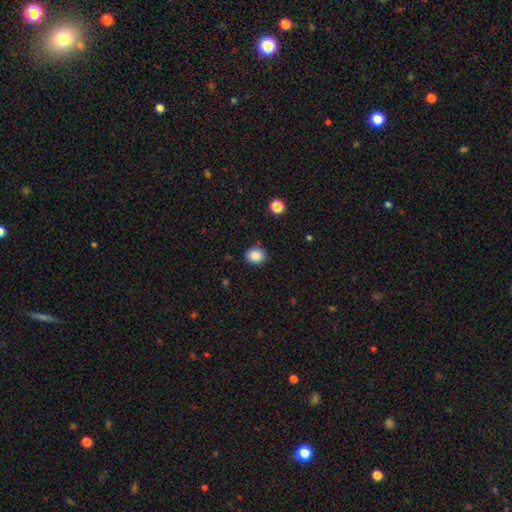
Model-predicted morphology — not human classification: This appears to be a smooth galaxy with no disk features (87%) that is round (66%). Merging: none (87%).